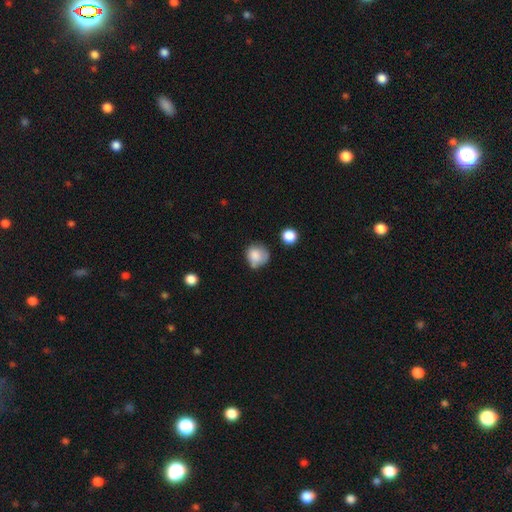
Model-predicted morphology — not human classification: smooth_or_featured: smooth (p=0.81) [alt: featured or disk p=0.10]
how_rounded: round (p=0.80) [alt: in between p=0.19]
merging: none (p=0.47) [alt: minor disturbance p=0.34]